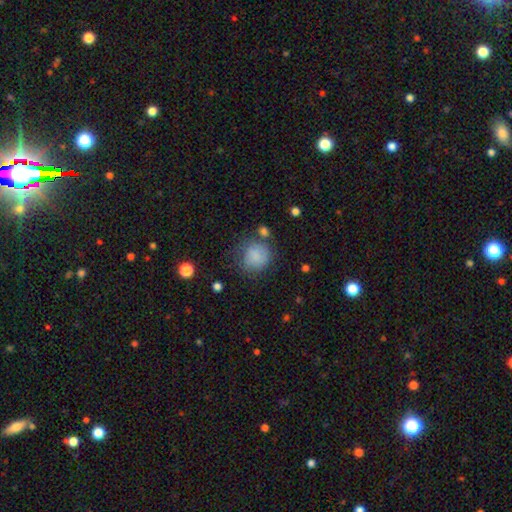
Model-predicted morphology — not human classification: The model was most divided on "merging": none: 58%, minor disturbance: 23%, major disturbance: 13%, merger: 6%. More confident: how rounded — round (81%); smooth or featured — smooth (79%).